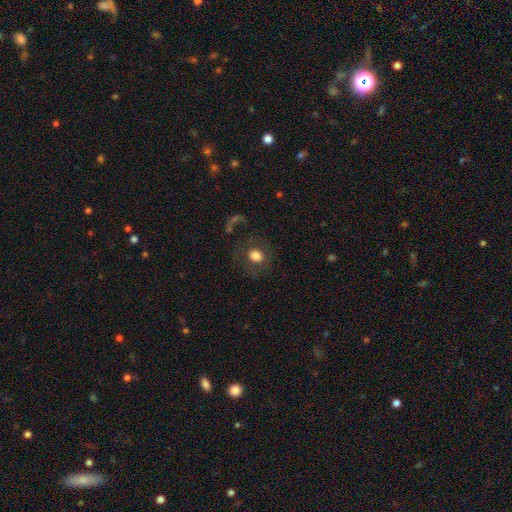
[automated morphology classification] The model was most divided on "how rounded": round: 71%, in between: 27%, cigar-shaped: 1%. More confident: merging — none (73%); smooth or featured — smooth (71%).